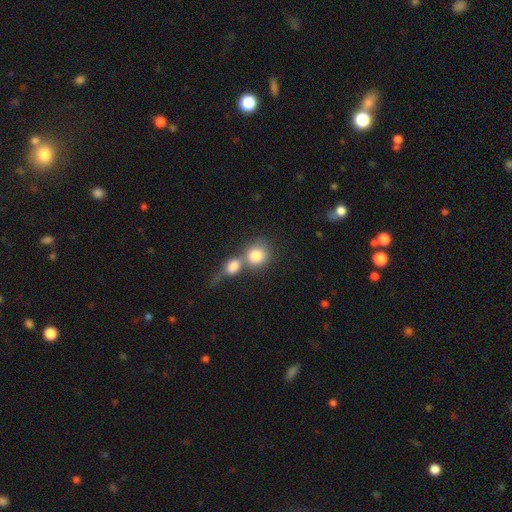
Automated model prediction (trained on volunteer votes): Smooth or featured?
  - smooth: 79% *
  - featured or disk: 12%
  - star or artifact: 9%
How rounded?
  - round: 78% *
  - in between: 20%
  - cigar-shaped: 2%
Merging?
  - merger: 57% *
  - none: 30%
  - minor disturbance: 7%
  - major disturbance: 6%